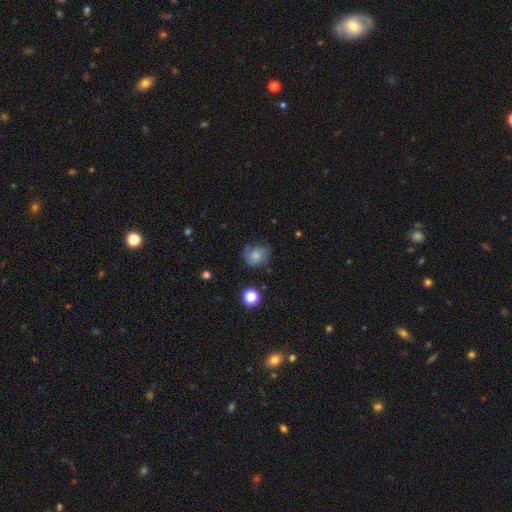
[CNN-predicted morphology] smooth 62%, featured or disk 26%, star or artifact 12%. Down the decision tree: how rounded — round (62%); merging — none (55%).